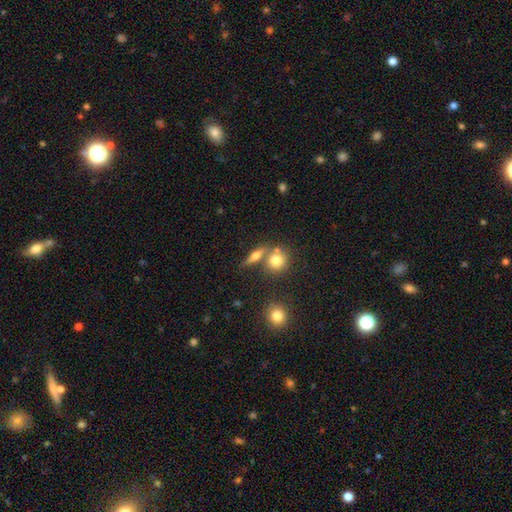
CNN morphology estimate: type=smooth (47%); merging=none (66%).